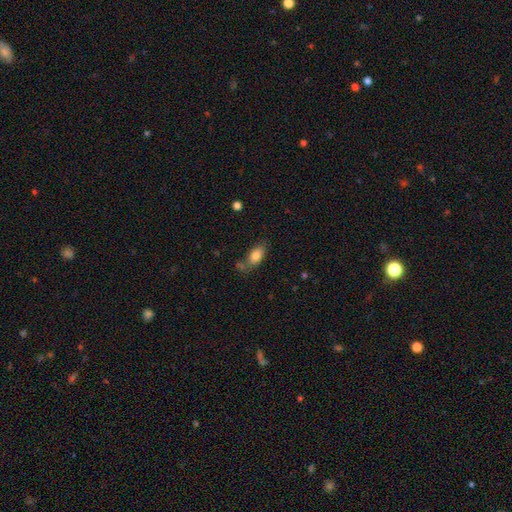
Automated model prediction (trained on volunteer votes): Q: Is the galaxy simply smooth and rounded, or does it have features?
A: smooth — 81%.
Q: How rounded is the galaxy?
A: in between — 88%.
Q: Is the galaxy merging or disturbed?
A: none — 61%.